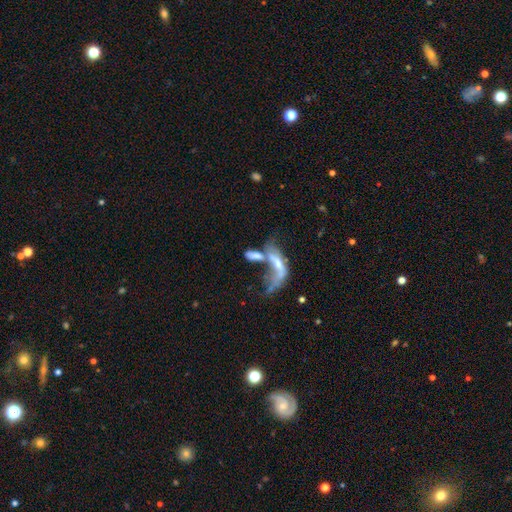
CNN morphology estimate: featured or disk 47%, smooth 43%, star or artifact 11%. Down the decision tree: merging — merger (62%).